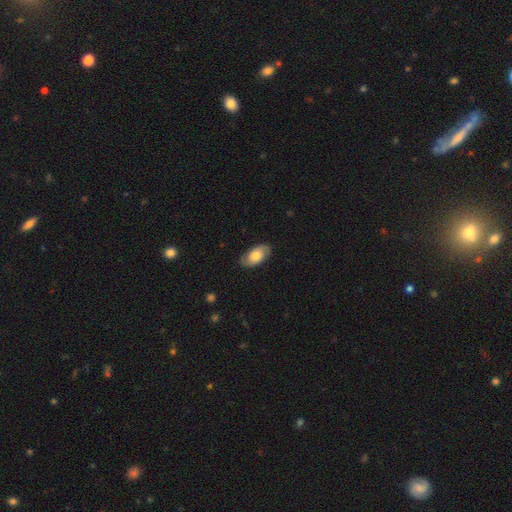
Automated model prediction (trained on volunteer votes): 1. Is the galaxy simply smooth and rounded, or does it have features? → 57% smooth, 37% featured or disk, 6% star or artifact.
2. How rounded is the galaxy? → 94% in between, 4% round, 2% cigar-shaped.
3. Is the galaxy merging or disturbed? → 84% none, 12% minor disturbance, 3% major disturbance, 1% merger.